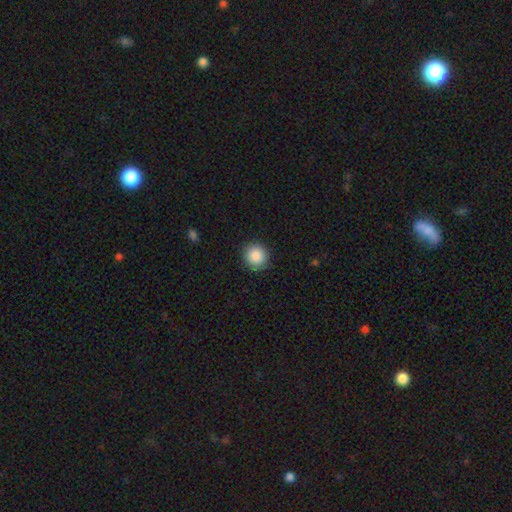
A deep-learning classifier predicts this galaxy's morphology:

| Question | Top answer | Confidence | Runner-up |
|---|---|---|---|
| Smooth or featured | smooth | 88% | star or artifact (8%) |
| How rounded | round | 94% | in between (6%) |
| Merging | none | 91% | minor disturbance (6%) |